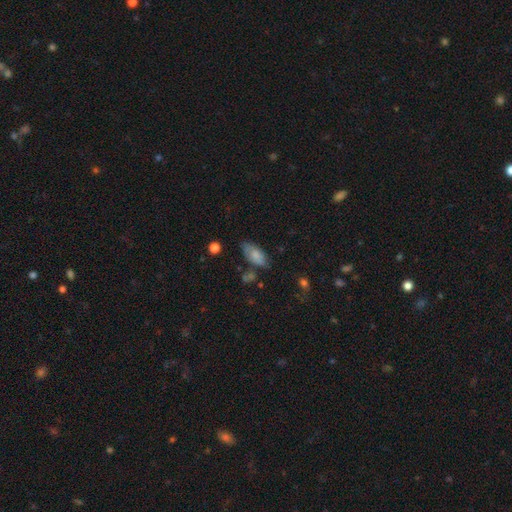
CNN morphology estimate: The model was most divided on "merging": none: 59%, minor disturbance: 28%, major disturbance: 8%, merger: 5%. More confident: how rounded — in between (89%); smooth or featured — smooth (74%).